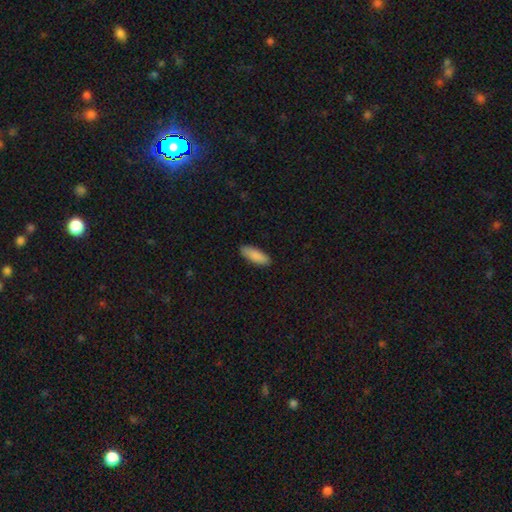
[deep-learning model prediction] smooth 89%, featured or disk 6%, star or artifact 6%. Down the decision tree: how rounded — in between (69%); merging — none (88%).